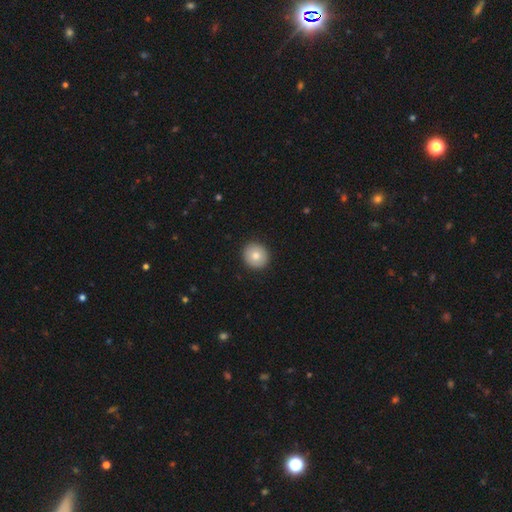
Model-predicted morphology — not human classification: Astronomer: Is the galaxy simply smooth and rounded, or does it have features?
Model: smooth — 80%.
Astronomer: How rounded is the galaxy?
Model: round — 88%.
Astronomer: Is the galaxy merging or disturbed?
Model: none — 92%.